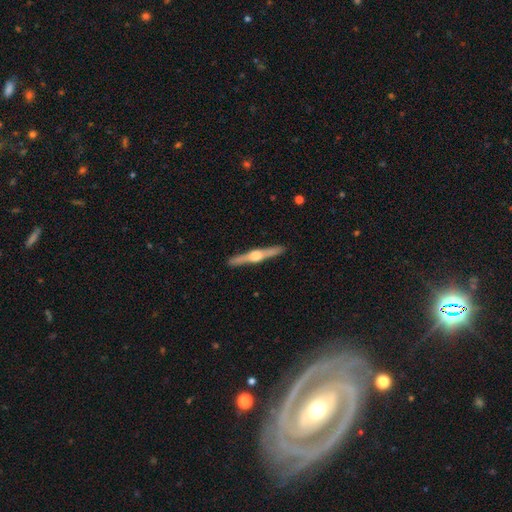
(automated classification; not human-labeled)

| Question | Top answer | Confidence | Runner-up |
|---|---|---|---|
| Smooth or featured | featured or disk | 80% | smooth (15%) |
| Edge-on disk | yes | 98% | no (2%) |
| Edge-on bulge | rounded | 94% | boxy (4%) |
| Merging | none | 92% | minor disturbance (6%) |